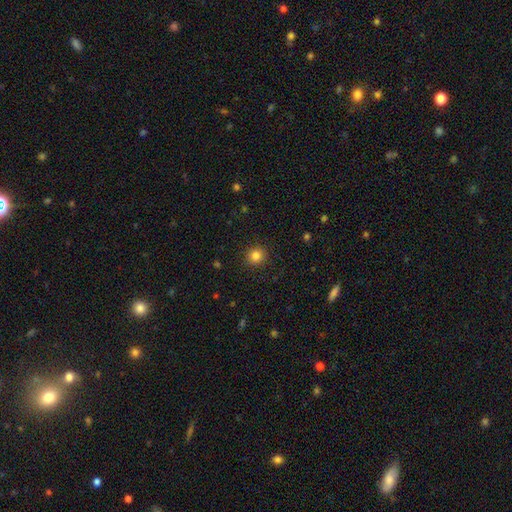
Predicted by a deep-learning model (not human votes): This appears to be a smooth galaxy with no disk features (83%) that is round (90%). Merging: none (91%).